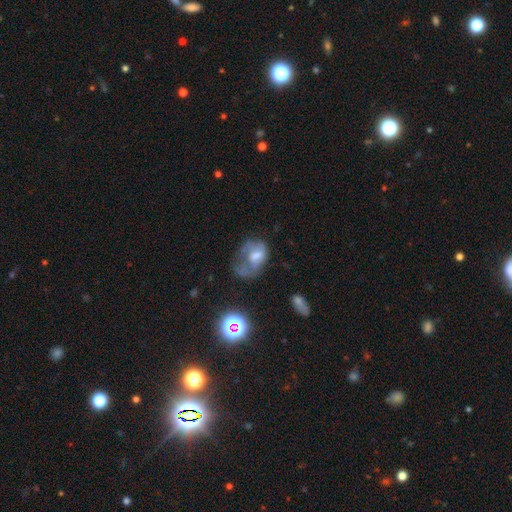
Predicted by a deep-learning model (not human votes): Morphology: type=featured or disk (44%); merging=major disturbance (39%).